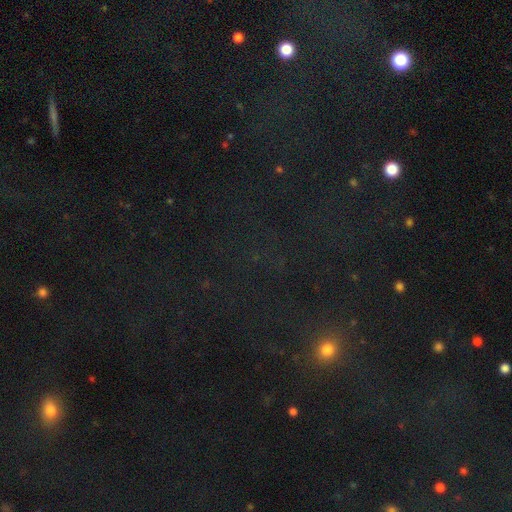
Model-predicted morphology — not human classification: Smooth or featured? star or artifact (70%)